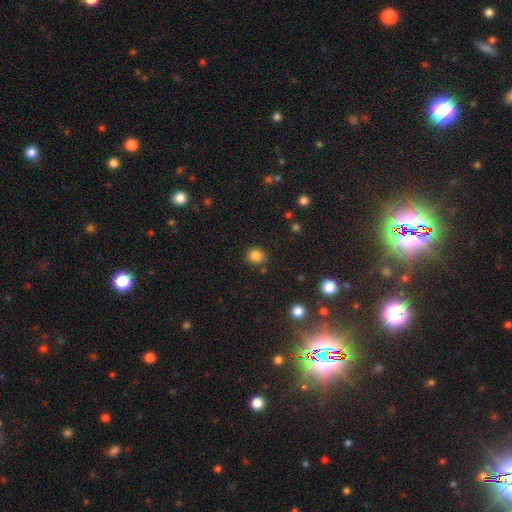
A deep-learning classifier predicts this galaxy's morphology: Q: Smooth or featured?
A: smooth (84%); runner-up: star or artifact (12%)
Q: How rounded?
A: round (83%); runner-up: in between (16%)
Q: Merging?
A: none (82%); runner-up: minor disturbance (11%)